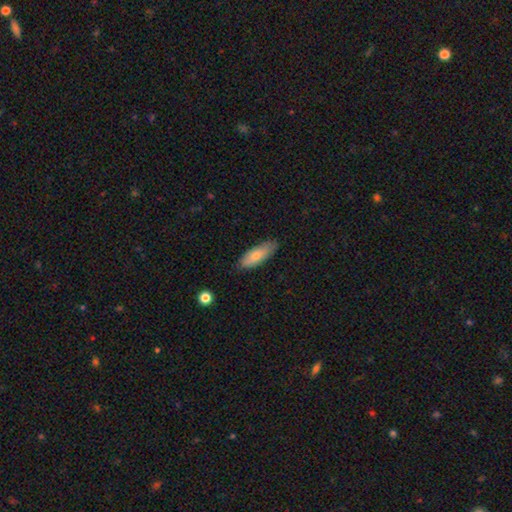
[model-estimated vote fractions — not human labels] Smooth or featured? smooth (73%)
How rounded? in between (60%)
Merging? none (83%)